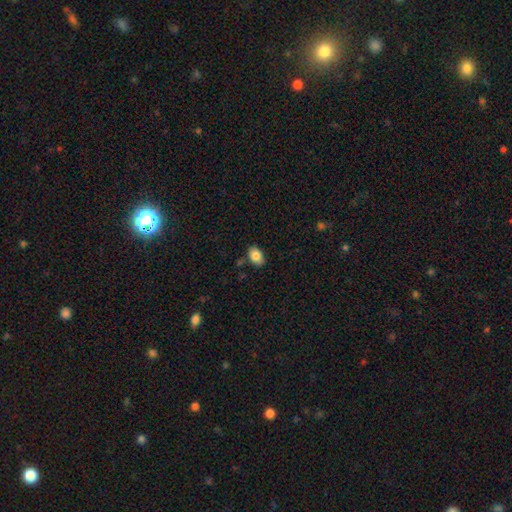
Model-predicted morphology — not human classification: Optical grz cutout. It shows a smooth galaxy with no disk features (84%) that is in between round and cigar-shaped (87%). Merging: none (83%).